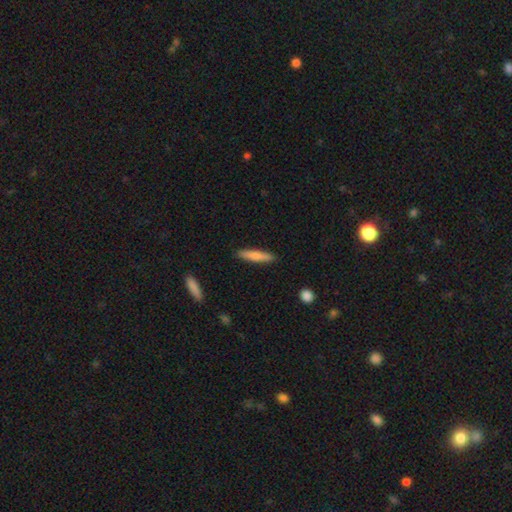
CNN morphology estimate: A smooth galaxy with no disk features (76%) that is cigar-shaped (88%). Merging: none (89%).